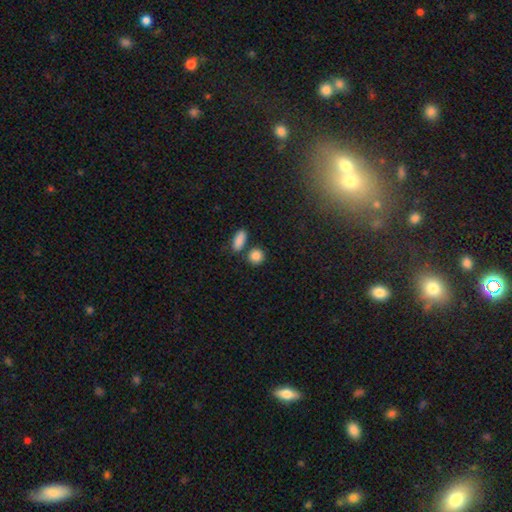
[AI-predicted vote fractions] smooth 86%, star or artifact 9%, featured or disk 5%. Down the decision tree: how rounded — round (78%); merging — none (74%).